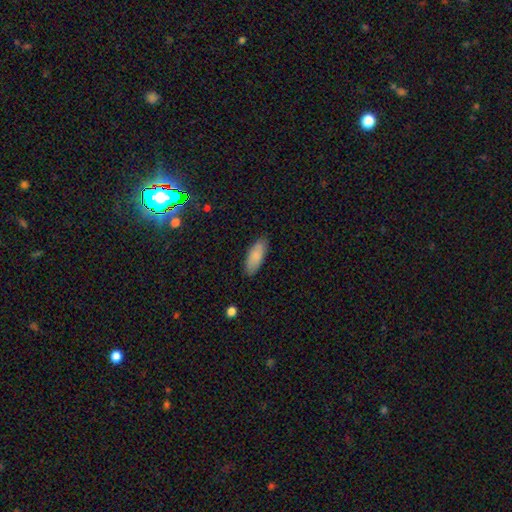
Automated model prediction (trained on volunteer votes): A smooth galaxy with no disk features (87%) that is in between round and cigar-shaped (75%).

Vote fractions:
- Smooth or featured? smooth: 87% / featured or disk: 7% / star or artifact: 6%
- How rounded? in between: 75% / cigar-shaped: 23% / round: 2%
- Merging? none: 85% / minor disturbance: 11% / major disturbance: 2% / merger: 1%